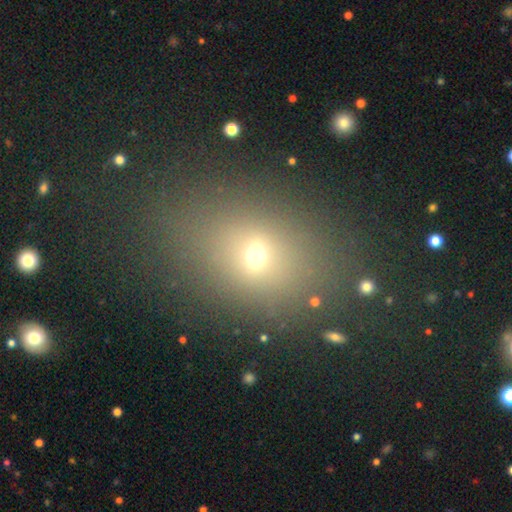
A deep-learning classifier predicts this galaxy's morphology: Smooth or featured: smooth — 61% (star or artifact — 25%)
How rounded: in between — 63% (round — 35%)
Merging: none — 80% (minor disturbance — 11%)